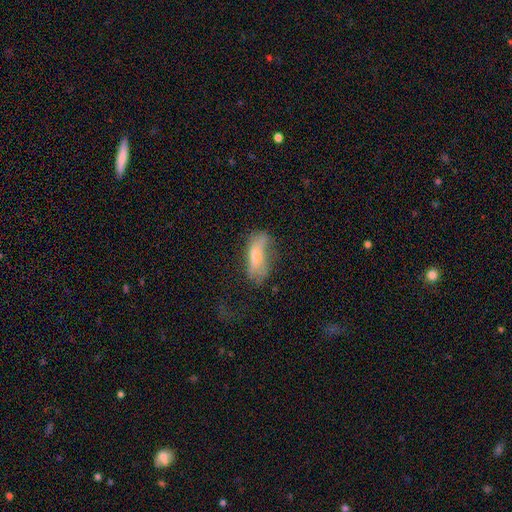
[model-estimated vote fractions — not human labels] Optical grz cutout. It shows a smooth galaxy with no disk features (55%) that is in between round and cigar-shaped (55%). Merging: none (42%).